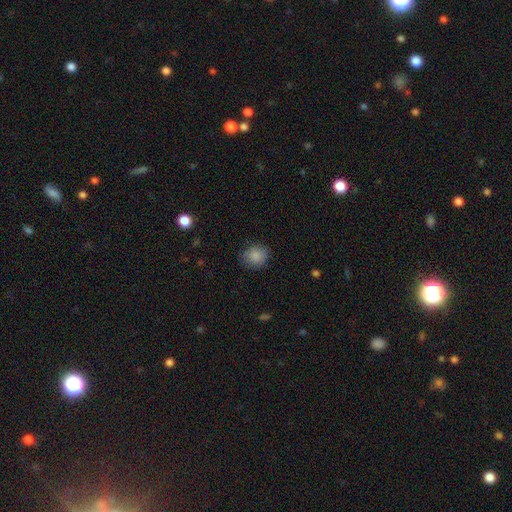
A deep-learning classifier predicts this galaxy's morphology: smooth 86%, star or artifact 9%, featured or disk 5%. Down the decision tree: how rounded — round (67%); merging — none (79%).